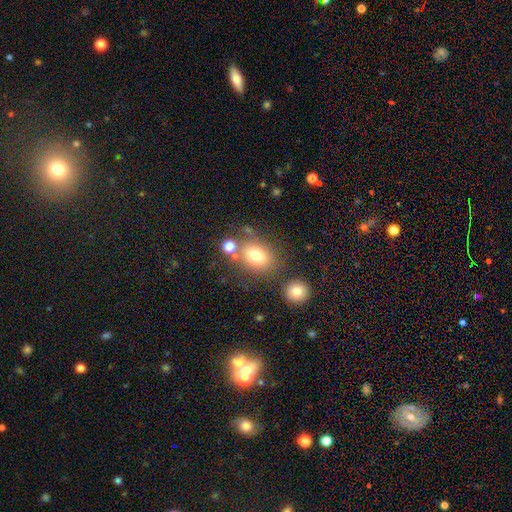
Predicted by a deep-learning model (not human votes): smooth_or_featured: smooth (p=0.77) [alt: star or artifact p=0.12]
how_rounded: in between (p=0.54) [alt: round p=0.45]
merging: none (p=0.64) [alt: merger p=0.16]